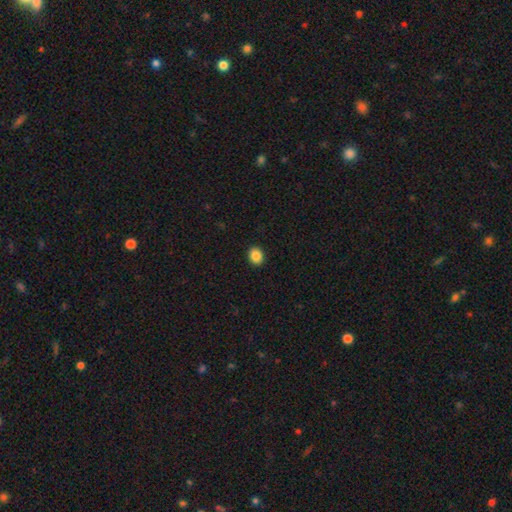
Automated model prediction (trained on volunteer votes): The model was most divided on "how rounded": round: 56%, in between: 43%, cigar-shaped: 1%. More confident: merging — none (92%); smooth or featured — smooth (87%).